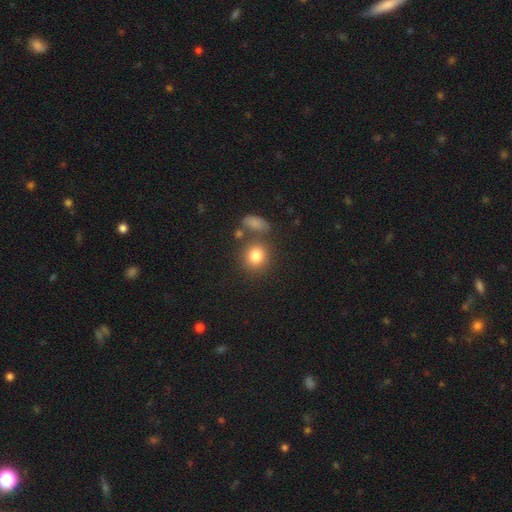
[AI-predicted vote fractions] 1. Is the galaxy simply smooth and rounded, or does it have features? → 81% smooth, 11% star or artifact, 8% featured or disk.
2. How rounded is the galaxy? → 80% round, 19% in between, 1% cigar-shaped.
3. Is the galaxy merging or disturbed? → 71% none, 14% merger, 11% minor disturbance, 4% major disturbance.